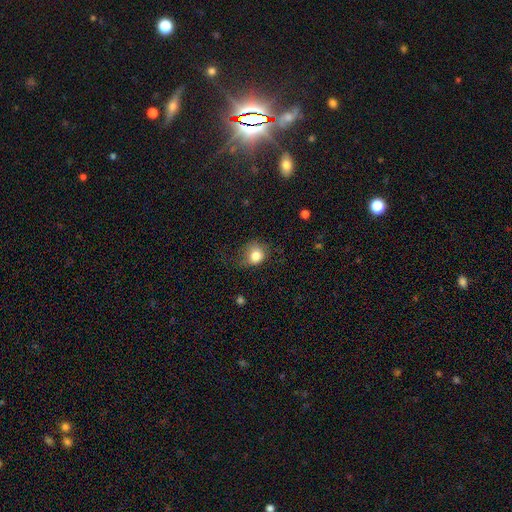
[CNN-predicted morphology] Overall: smooth (81%). How rounded: round (71%). Merging: none (52%; minor disturbance 28%).